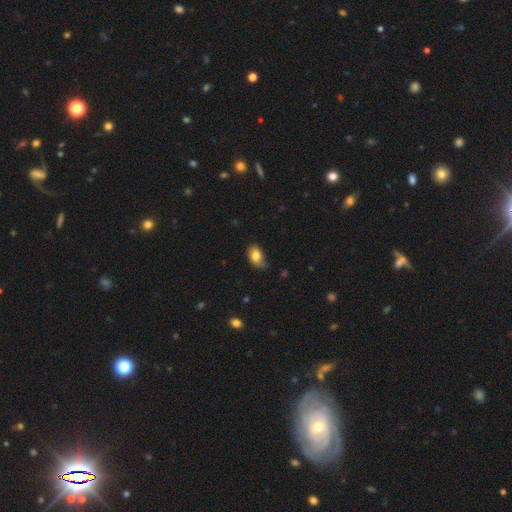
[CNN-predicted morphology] This is clearly a smooth galaxy (81%). How rounded: clearly in between (89%). Merging: likely none (61%).